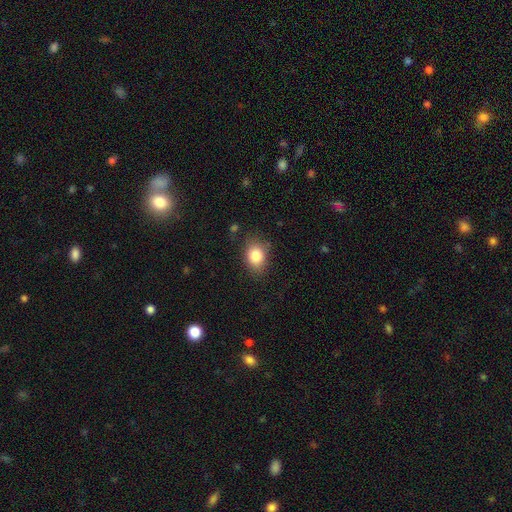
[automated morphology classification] A smooth galaxy with no disk features (83%) that is in between round and cigar-shaped (67%).

Vote fractions:
- Smooth or featured? smooth: 83% / star or artifact: 9% / featured or disk: 8%
- How rounded? in between: 67% / round: 31% / cigar-shaped: 1%
- Merging? none: 79% / minor disturbance: 15% / major disturbance: 4% / merger: 2%